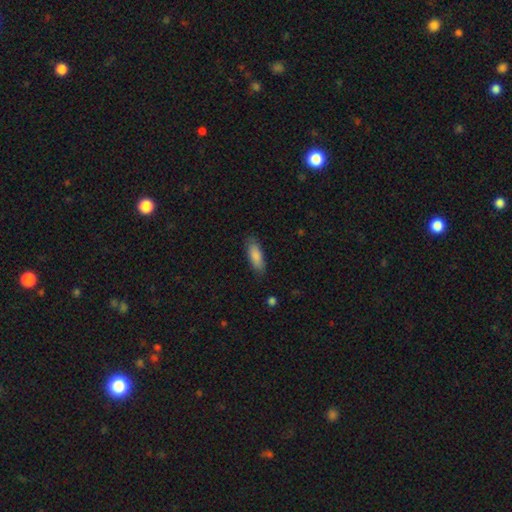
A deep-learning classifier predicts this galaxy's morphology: A smooth galaxy with no disk features (85%) that is in between round and cigar-shaped (66%).

Vote fractions:
- Smooth or featured? smooth: 85% / featured or disk: 9% / star or artifact: 6%
- How rounded? in between: 66% / cigar-shaped: 32% / round: 2%
- Merging? none: 82% / minor disturbance: 14% / major disturbance: 3% / merger: 1%